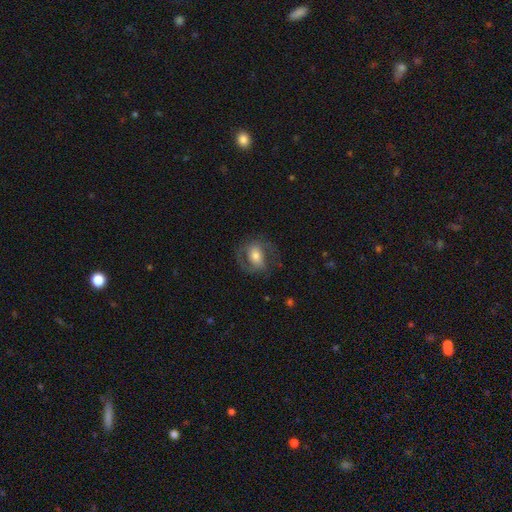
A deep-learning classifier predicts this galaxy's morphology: Smooth or featured? Predicted: featured or disk (p=0.54). Edge-on disk? Predicted: no (p=0.95). Bar? Predicted: no (p=0.40). Spiral arms? Predicted: yes (p=0.71). Bulge size? Predicted: moderate (p=0.57). Merging? Predicted: none (p=0.63).